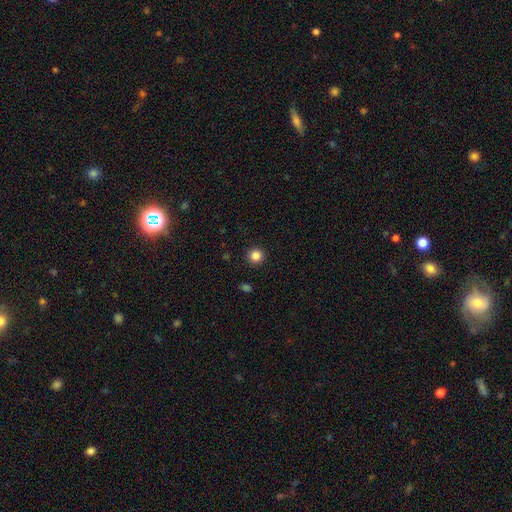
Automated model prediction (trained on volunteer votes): This appears to be a smooth galaxy with no disk features (85%) that is round (96%). Merging: none (93%).